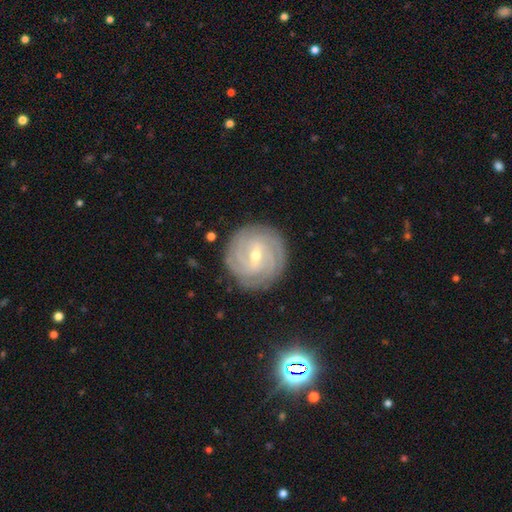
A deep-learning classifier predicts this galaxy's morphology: Smooth or featured? Predicted: featured or disk (p=0.88). Edge-on disk? Predicted: no (p=0.97). Bar? Predicted: weak (p=0.53). Spiral arms? Predicted: yes (p=0.98). Spiral winding? Predicted: tight (p=0.84). Spiral arm count? Predicted: 4 (p=0.30). Bulge size? Predicted: small (p=0.53). Merging? Predicted: none (p=0.87).